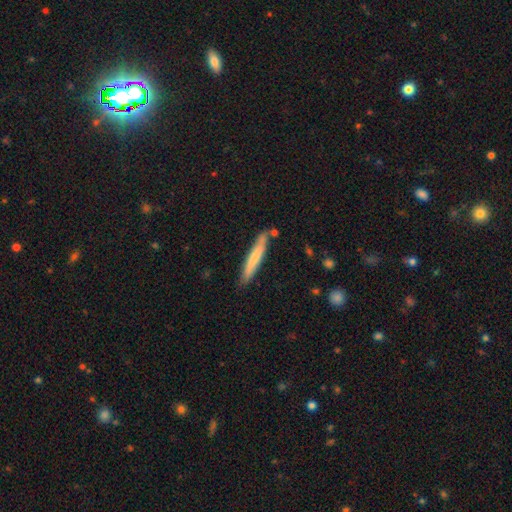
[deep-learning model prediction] Overall: smooth (51%; featured or disk 38%). How rounded: cigar-shaped (94%). Merging: none (86%).